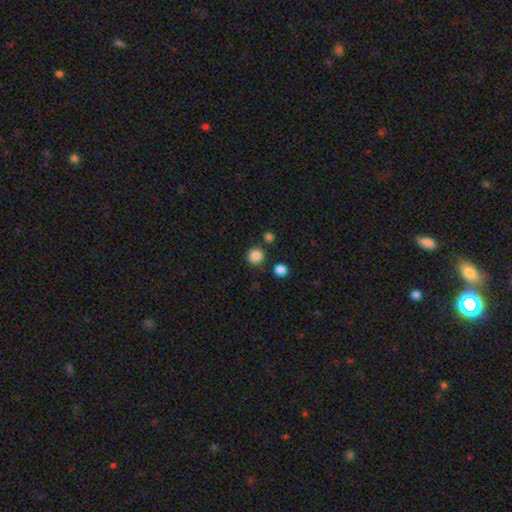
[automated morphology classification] smooth_or_featured: smooth (p=0.85) [alt: star or artifact p=0.11]
how_rounded: round (p=0.94) [alt: in between p=0.05]
merging: none (p=0.86) [alt: minor disturbance p=0.07]